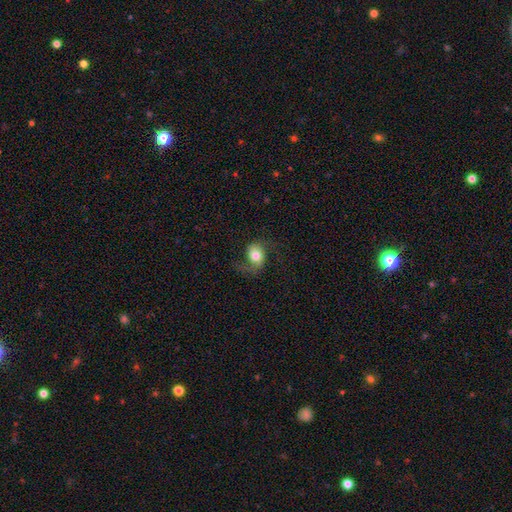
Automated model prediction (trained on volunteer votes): smooth_or_featured: smooth (p=0.51) [alt: featured or disk p=0.41]
how_rounded: in between (p=0.57) [alt: round p=0.41]
merging: none (p=0.58) [alt: minor disturbance p=0.21]